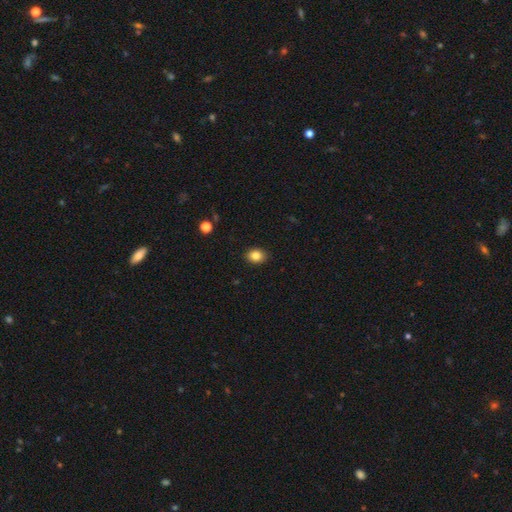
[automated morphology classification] A smooth galaxy with no disk features (84%) that is in between round and cigar-shaped (62%). Merging: none (88%).